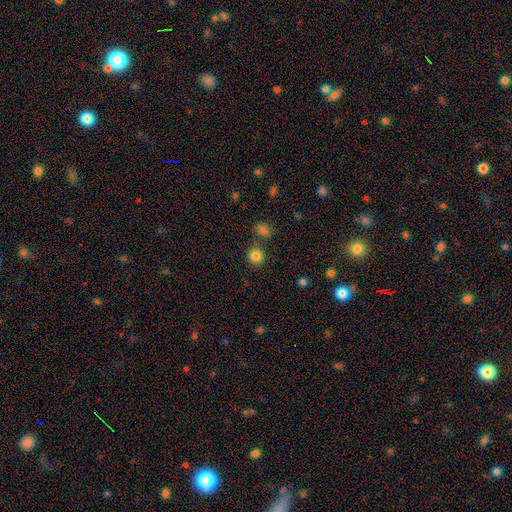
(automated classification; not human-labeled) Smooth or featured? smooth (83%)
How rounded? round (92%)
Merging? none (78%)